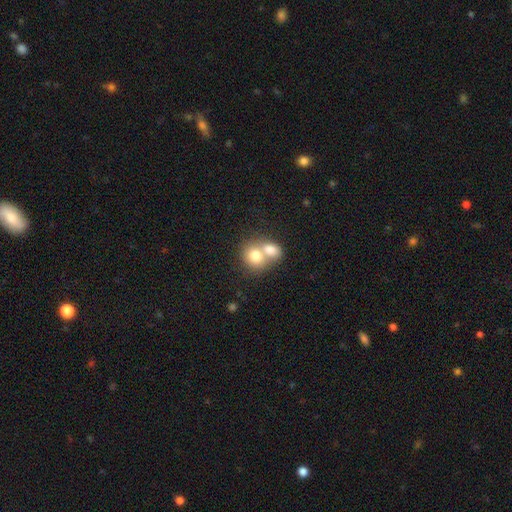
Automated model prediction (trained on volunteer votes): smooth-or-featured: smooth: 74% | featured or disk: 18% | star or artifact: 9%
  how-rounded: round: 66% | in between: 33% | cigar-shaped: 1%
  merging: merger: 71% | none: 22% | minor disturbance: 5% | major disturbance: 2%